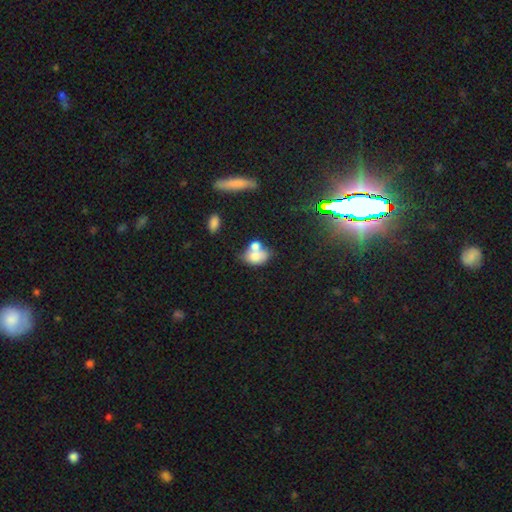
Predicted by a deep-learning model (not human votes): Smooth or featured?
  - smooth: 71% *
  - featured or disk: 18%
  - star or artifact: 11%
How rounded?
  - in between: 74% *
  - round: 24%
  - cigar-shaped: 2%
Merging?
  - merger: 54% *
  - none: 27%
  - minor disturbance: 12%
  - major disturbance: 7%